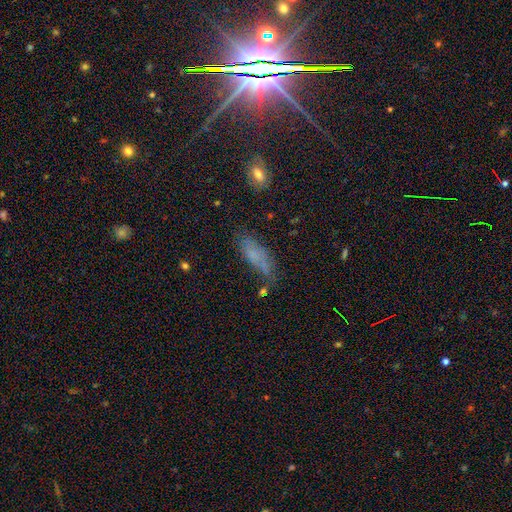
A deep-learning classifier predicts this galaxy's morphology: type=smooth (60%); roundness=in between (61%); merging=none (53%).